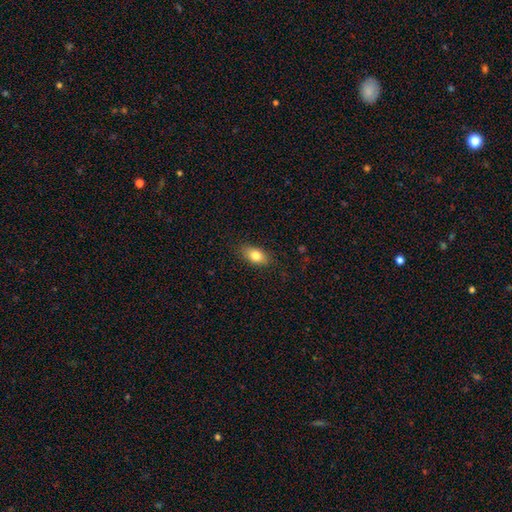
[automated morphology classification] smooth-or-featured: smooth: 81% | featured or disk: 11% | star or artifact: 8%
  how-rounded: in between: 87% | round: 7% | cigar-shaped: 5%
  merging: none: 84% | minor disturbance: 12% | major disturbance: 3% | merger: 1%